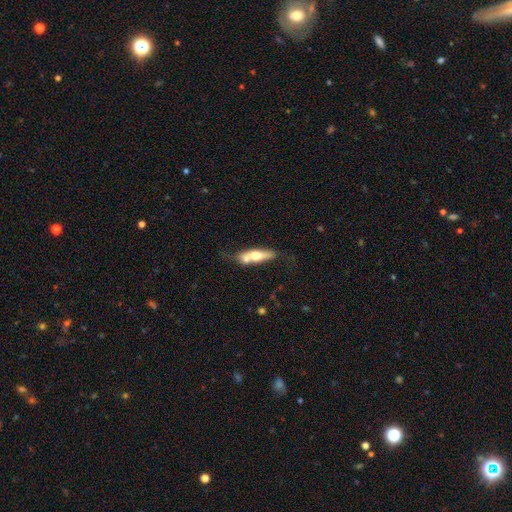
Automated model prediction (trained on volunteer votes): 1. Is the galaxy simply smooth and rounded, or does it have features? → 52% smooth, 42% featured or disk, 6% star or artifact.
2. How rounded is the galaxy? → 50% cigar-shaped, 46% in between, 4% round.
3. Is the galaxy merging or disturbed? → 44% none, 32% merger, 17% minor disturbance, 7% major disturbance.